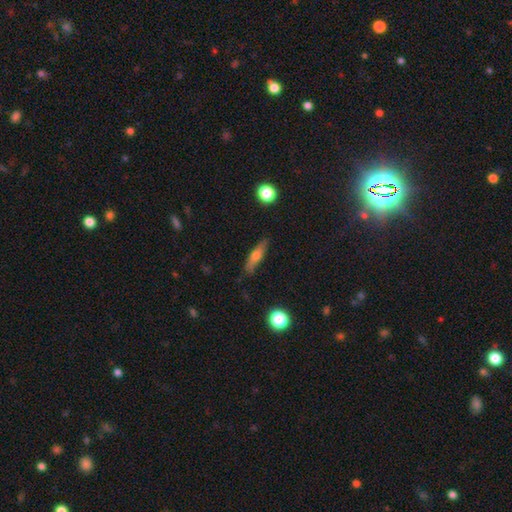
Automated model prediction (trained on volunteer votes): This appears to be a smooth galaxy with no disk features (50%). Merging: none (81%).